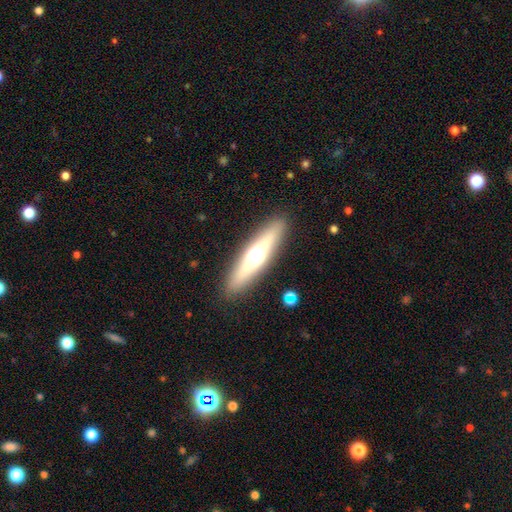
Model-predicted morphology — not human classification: smooth_or_featured: featured or disk (p=0.50) [alt: smooth p=0.41]
disk_edge_on: yes (p=0.85) [alt: no p=0.15]
merging: none (p=0.89) [alt: minor disturbance p=0.08]